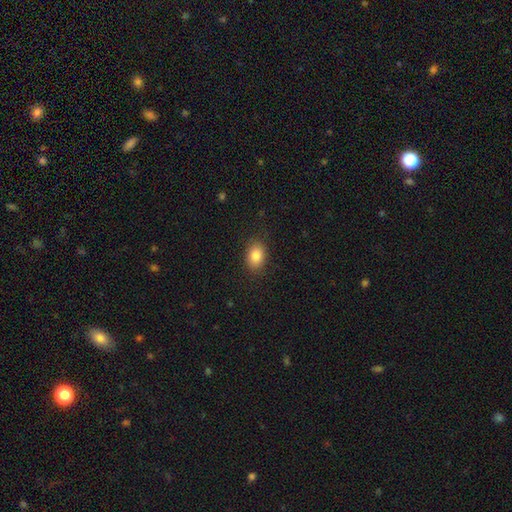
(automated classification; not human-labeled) Overall: smooth (85%). How rounded: in between (75%). Merging: none (86%).